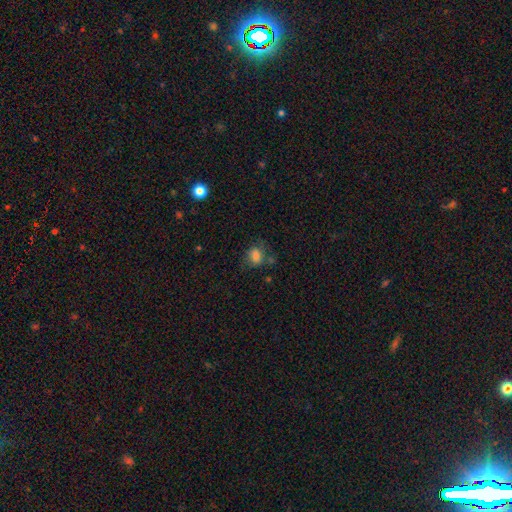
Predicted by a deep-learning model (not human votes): Morphology: type=smooth (73%); roundness=round (51%); merging=none (61%).